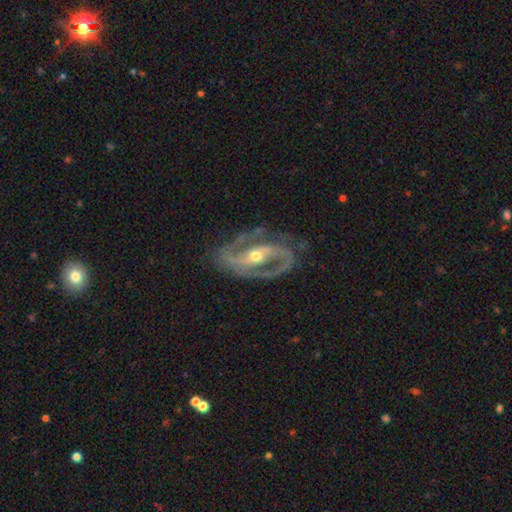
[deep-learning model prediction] Q: Smooth or featured?
A: featured or disk (91%); runner-up: smooth (5%)
Q: Edge-on disk?
A: no (96%); runner-up: yes (4%)
Q: Bar?
A: strong (38%); runner-up: weak (36%)
Q: Spiral arms?
A: yes (96%); runner-up: no (4%)
Q: Spiral winding?
A: medium (55%); runner-up: tight (25%)
Q: Spiral arm count?
A: 2 (88%); runner-up: can't tell (3%)
Q: Bulge size?
A: moderate (62%); runner-up: small (33%)
Q: Merging?
A: none (74%); runner-up: minor disturbance (16%)